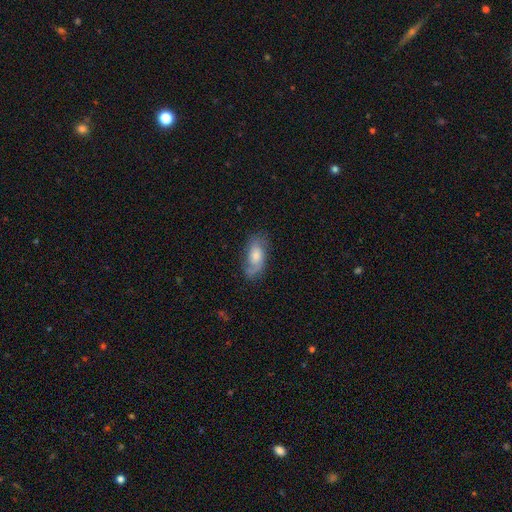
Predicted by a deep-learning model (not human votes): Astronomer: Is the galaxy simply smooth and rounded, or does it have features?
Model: featured or disk — 58% (runner-up: smooth, 34%).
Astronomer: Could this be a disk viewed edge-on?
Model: no — 91%.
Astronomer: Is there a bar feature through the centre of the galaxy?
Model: no — 65%.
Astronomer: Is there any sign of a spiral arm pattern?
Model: yes — 87%.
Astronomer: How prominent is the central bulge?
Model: moderate — 53%.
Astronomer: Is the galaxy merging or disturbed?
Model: none — 72%.